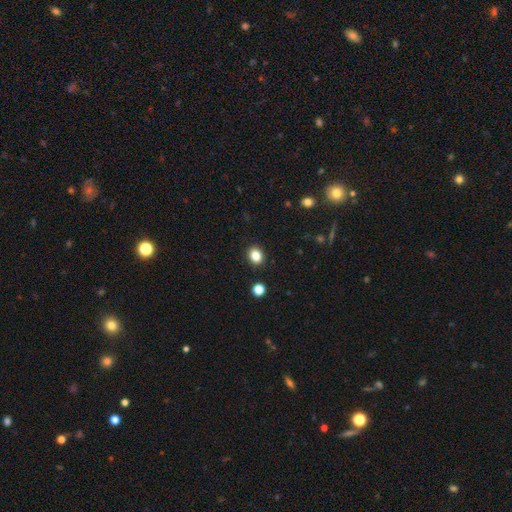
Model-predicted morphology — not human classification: smooth 84%, star or artifact 11%, featured or disk 5%. Down the decision tree: how rounded — round (57%); merging — none (90%).